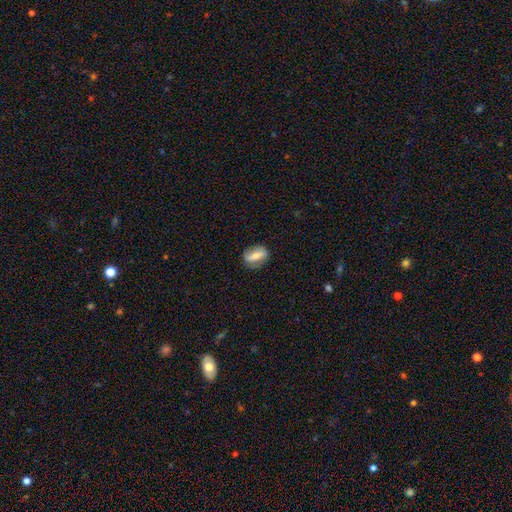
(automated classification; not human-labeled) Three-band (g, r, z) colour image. It shows a featured or disk galaxy (48%). Merging: none (75%).